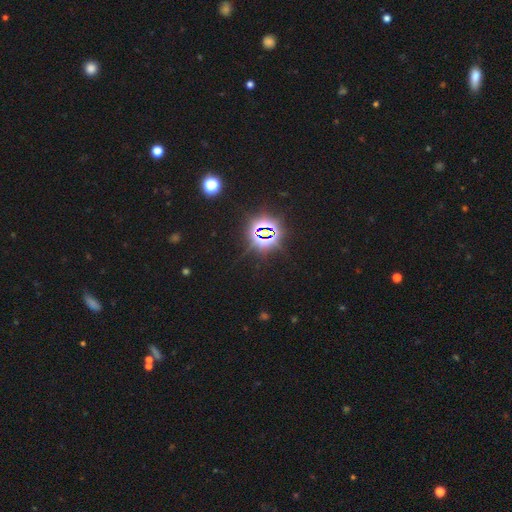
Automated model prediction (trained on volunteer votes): The model was most divided on "smooth or featured": star or artifact: 83%, smooth: 11%, featured or disk: 6%.